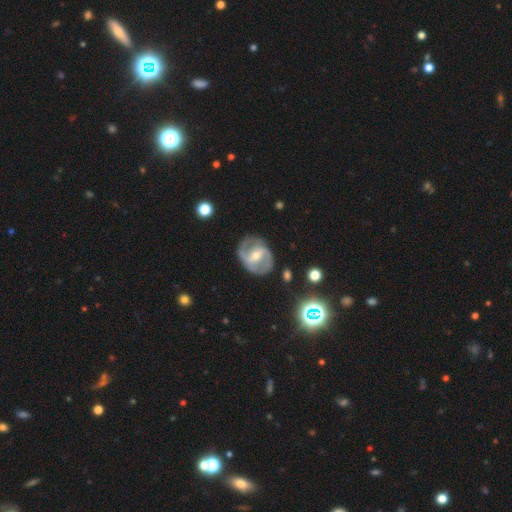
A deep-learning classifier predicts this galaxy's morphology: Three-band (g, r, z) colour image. It shows a featured or disk galaxy (83%) with a strong bar (46%), 2 (85%) medium (49%) spiral arms (87%) and a moderate central bulge (52%). Merging: none (77%).